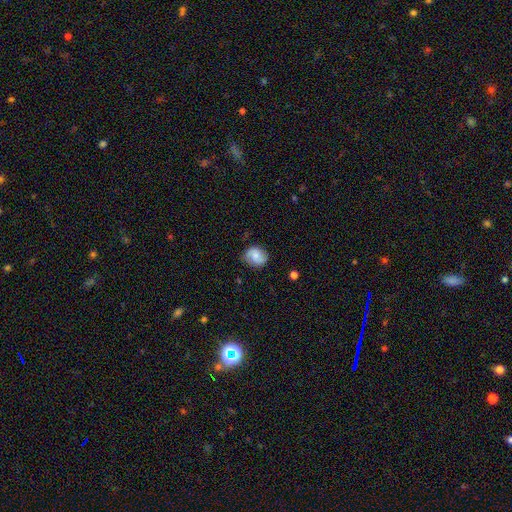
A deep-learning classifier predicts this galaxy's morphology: Overall: smooth (52%; featured or disk 39%). How rounded: round (68%; in between 31%). Merging: none (77%).